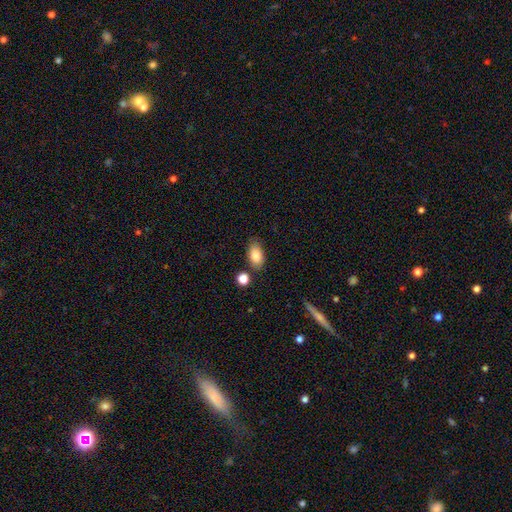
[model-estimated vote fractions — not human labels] smooth_or_featured: smooth (p=0.86) [alt: star or artifact p=0.07]
how_rounded: in between (p=0.91) [alt: round p=0.06]
merging: none (p=0.77) [alt: minor disturbance p=0.14]